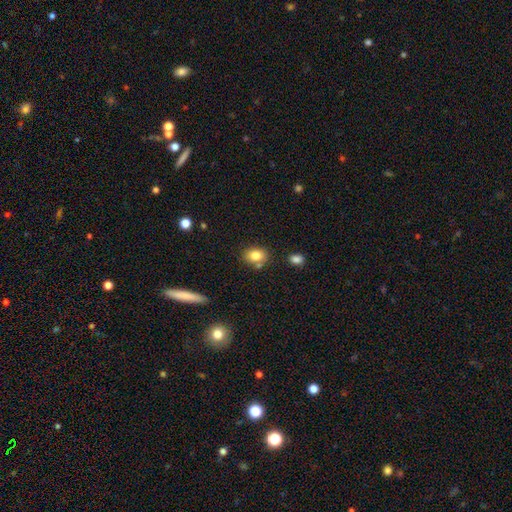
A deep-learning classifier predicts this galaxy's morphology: Smooth or featured? Predicted: smooth (p=0.82). How rounded? Predicted: in between (p=0.62). Merging? Predicted: none (p=0.70).